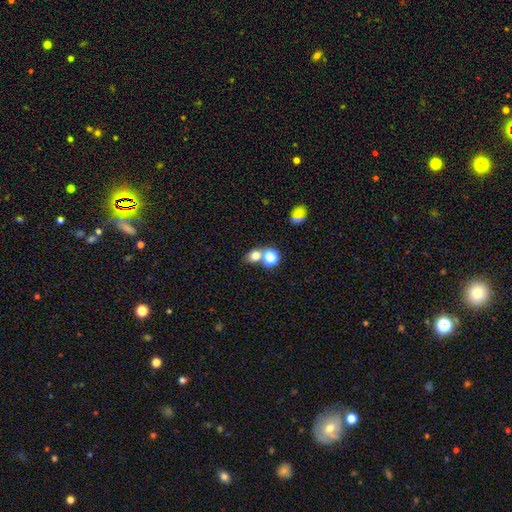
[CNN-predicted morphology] smooth-or-featured: smooth: 72% | star or artifact: 19% | featured or disk: 9%
  how-rounded: round: 56% | in between: 42% | cigar-shaped: 1%
  merging: none: 56% | merger: 32% | minor disturbance: 9% | major disturbance: 4%